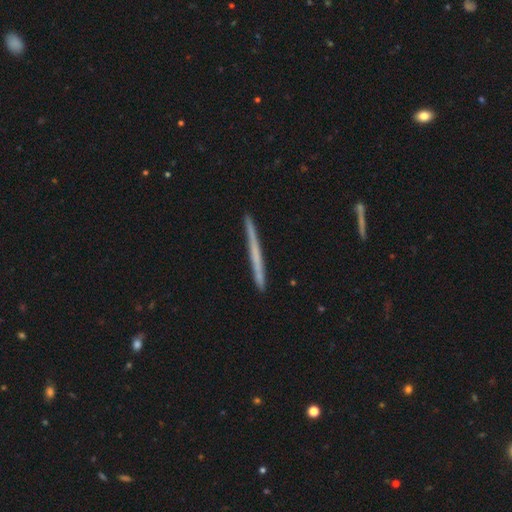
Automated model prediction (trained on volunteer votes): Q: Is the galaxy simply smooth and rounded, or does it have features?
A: featured or disk — 48%.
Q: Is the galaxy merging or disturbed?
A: none — 90%.